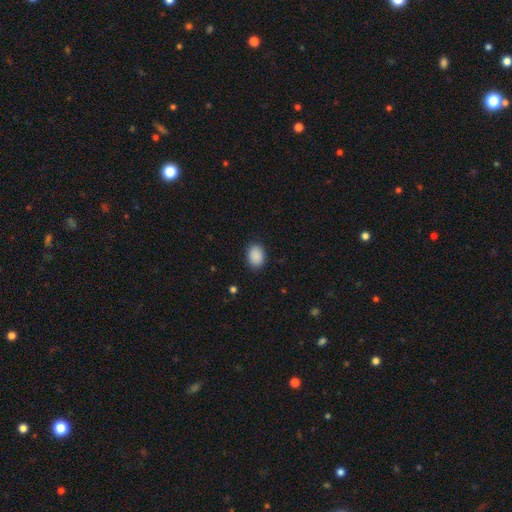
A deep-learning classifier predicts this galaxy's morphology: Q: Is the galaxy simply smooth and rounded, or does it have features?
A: smooth — 90%.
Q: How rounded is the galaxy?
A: in between — 67%.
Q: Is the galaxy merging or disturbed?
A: none — 88%.